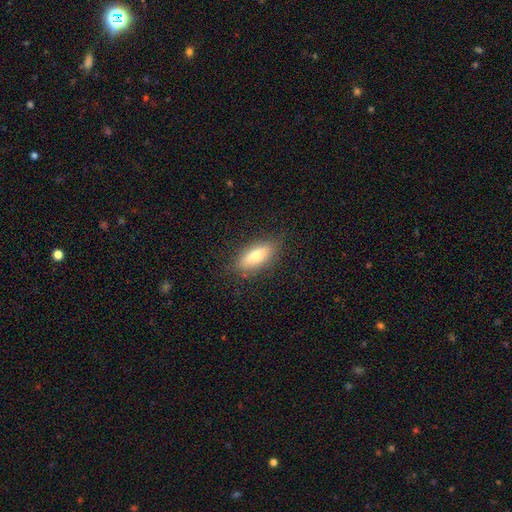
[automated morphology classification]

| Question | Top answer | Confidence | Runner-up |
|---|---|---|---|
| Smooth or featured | smooth | 67% | featured or disk (25%) |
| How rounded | in between | 72% | cigar-shaped (25%) |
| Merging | none | 83% | minor disturbance (13%) |